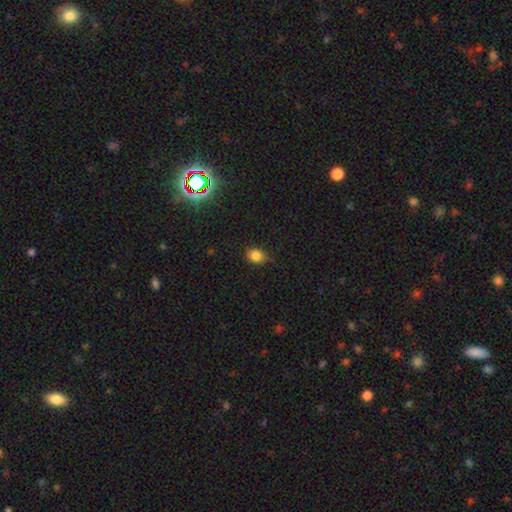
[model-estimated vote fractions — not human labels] Smooth or featured: smooth — 84% (star or artifact — 12%)
How rounded: in between — 50% (round — 49%)
Merging: none — 80% (minor disturbance — 16%)